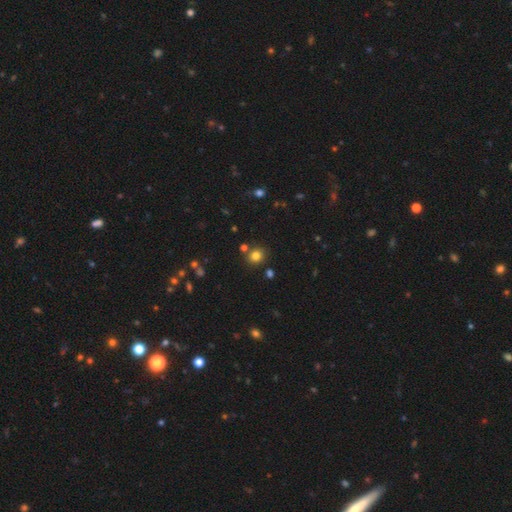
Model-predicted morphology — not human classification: smooth_or_featured: smooth (p=0.79) [alt: star or artifact p=0.15]
how_rounded: round (p=0.77) [alt: in between p=0.22]
merging: none (p=0.82) [alt: minor disturbance p=0.09]